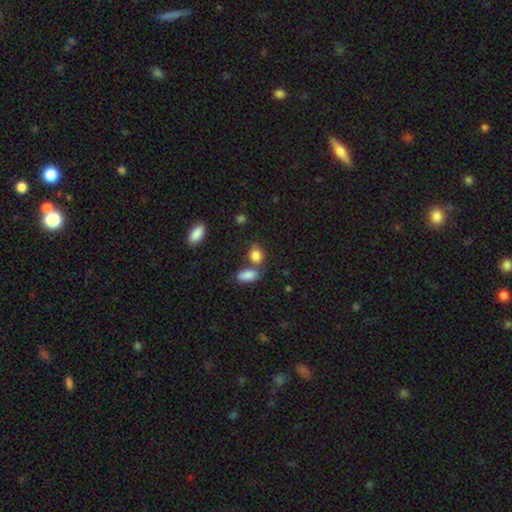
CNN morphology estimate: Smooth or featured? smooth (84%)
How rounded? in between (58%)
Merging? none (49%)